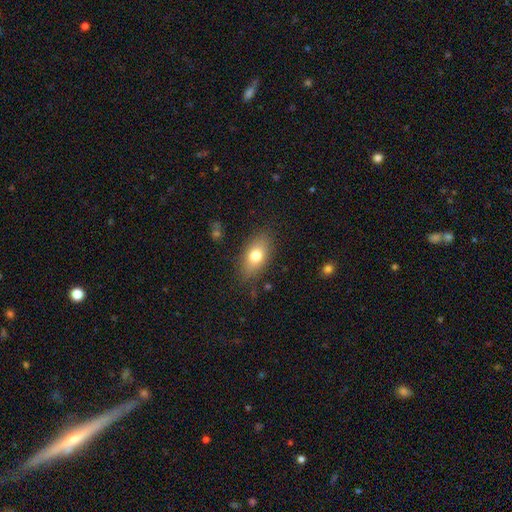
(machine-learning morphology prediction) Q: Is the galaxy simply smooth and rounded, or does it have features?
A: smooth — 75%.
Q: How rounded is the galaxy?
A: in between — 84%.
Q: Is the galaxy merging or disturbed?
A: none — 82%.